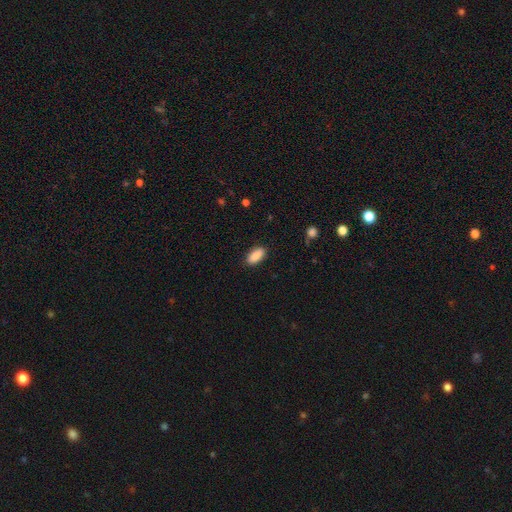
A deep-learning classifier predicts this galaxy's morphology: A smooth galaxy with no disk features (90%) that is in between round and cigar-shaped (89%). Merging: none (88%).